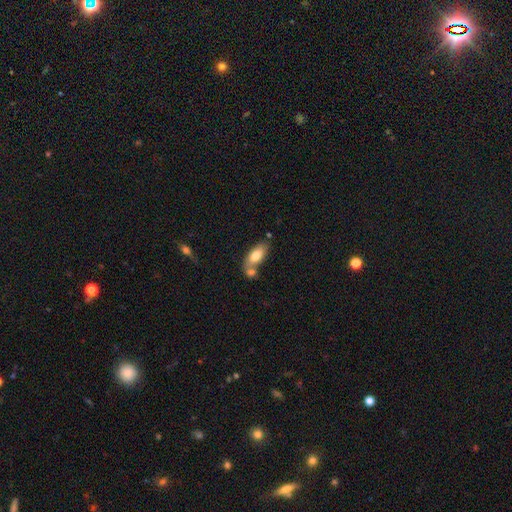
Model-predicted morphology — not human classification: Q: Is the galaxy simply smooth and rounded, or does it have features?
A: smooth — 75%.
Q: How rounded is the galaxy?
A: in between — 87%.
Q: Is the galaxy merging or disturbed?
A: none — 43%.